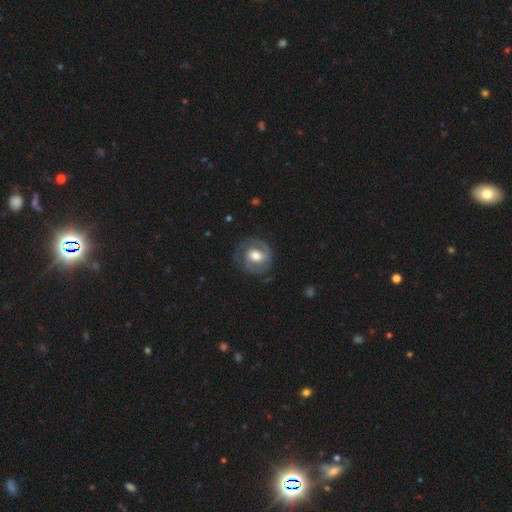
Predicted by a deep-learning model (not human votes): smooth-or-featured: featured or disk: 69% | smooth: 25% | star or artifact: 6%
  disk-edge-on: no: 97% | yes: 3%
    bar: weak: 42% | no: 38% | strong: 20%
    has-spiral-arms: yes: 83% | no: 17%
      spiral-winding: tight: 42% (tied) | medium: 42% (tied) | loose: 16%
      spiral-arm-count: 2: 71% | can't tell: 14% | 1: 8% | 3: 5% | 4: 2% | more than 4: 1%
    bulge-size: moderate: 70% | large: 15% | small: 13% | dominant: 1% | none: 1%
  merging: none: 72% | minor disturbance: 17% | major disturbance: 9% | merger: 1%